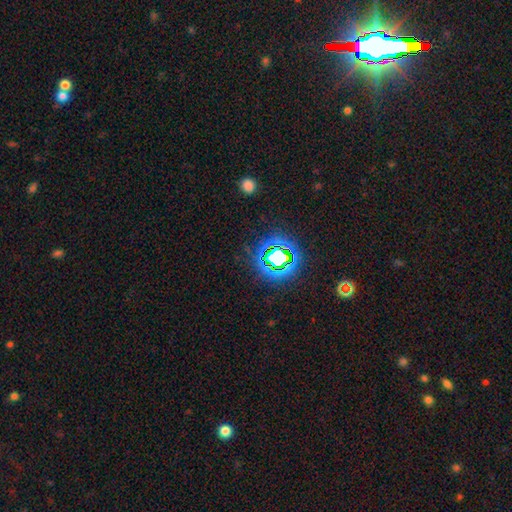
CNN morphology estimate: A star or artifact, not a galaxy (78%).

Vote fractions:
- Smooth or featured? star or artifact: 78% / smooth: 14% / featured or disk: 8%